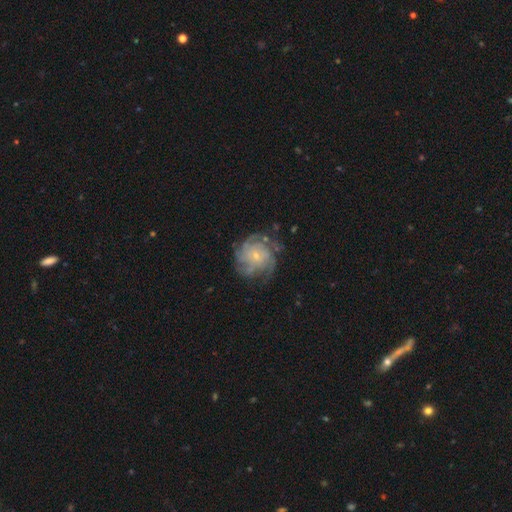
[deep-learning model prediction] Smooth or featured: featured or disk — 79% (smooth — 13%)
Edge-on disk: no — 98% (yes — 2%)
Bar: no — 77% (weak — 19%)
Spiral arms: yes — 93% (no — 7%)
Spiral winding: tight — 58% (medium — 31%)
Spiral arm count: can't tell — 31% (4 — 26%)
Bulge size: small — 78% (moderate — 17%)
Merging: none — 69% (minor disturbance — 18%)